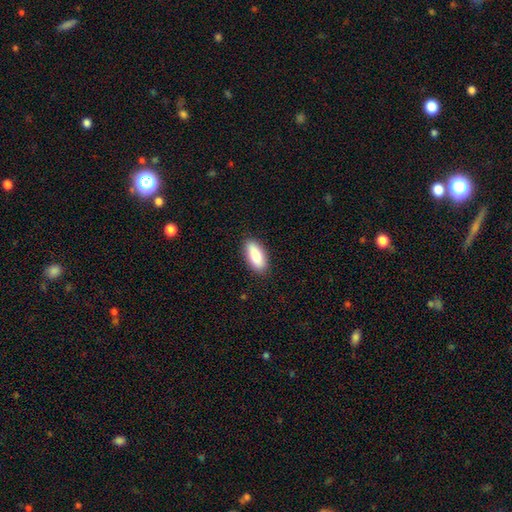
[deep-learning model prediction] This is clearly a smooth galaxy (87%). How rounded: clearly in between (82%). Merging: clearly none (89%).